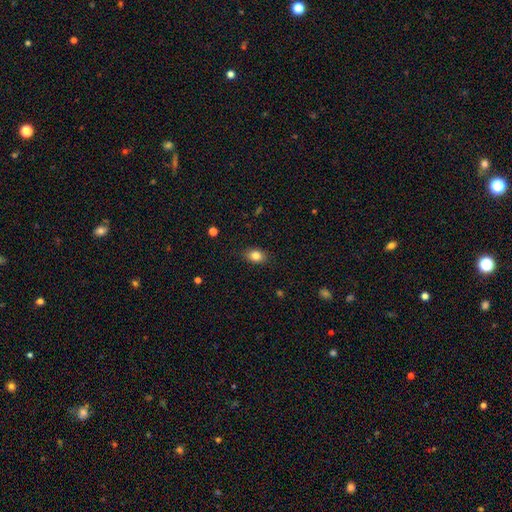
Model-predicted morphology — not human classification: This appears to be a smooth galaxy with no disk features (83%) that is in between round and cigar-shaped (77%). Merging: none (86%).